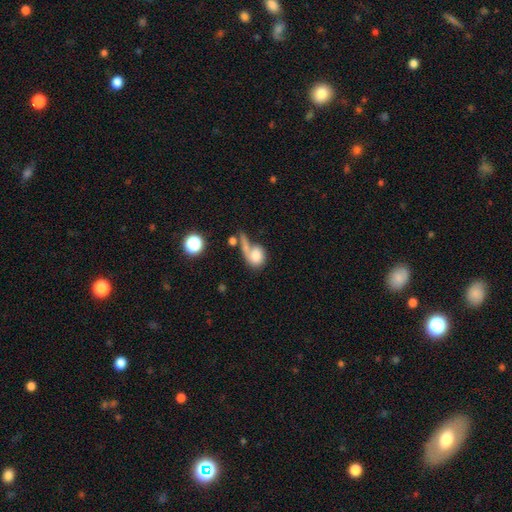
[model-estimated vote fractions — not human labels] Overall: smooth (72%). How rounded: round (55%; in between 42%). Merging: merger (38%; none 28%).